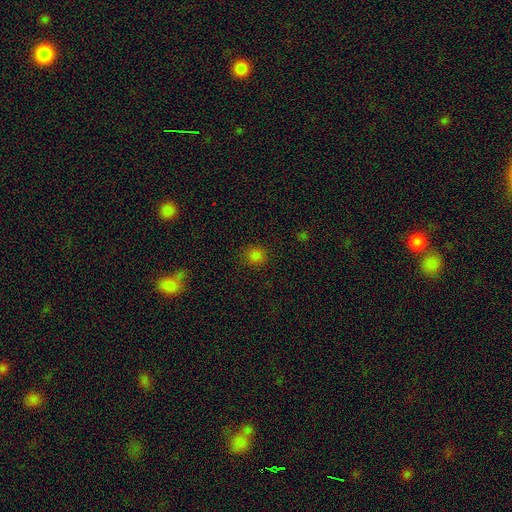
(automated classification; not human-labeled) Q: Smooth or featured?
A: smooth (81%); runner-up: star or artifact (16%)
Q: How rounded?
A: round (87%); runner-up: in between (12%)
Q: Merging?
A: none (89%); runner-up: minor disturbance (7%)